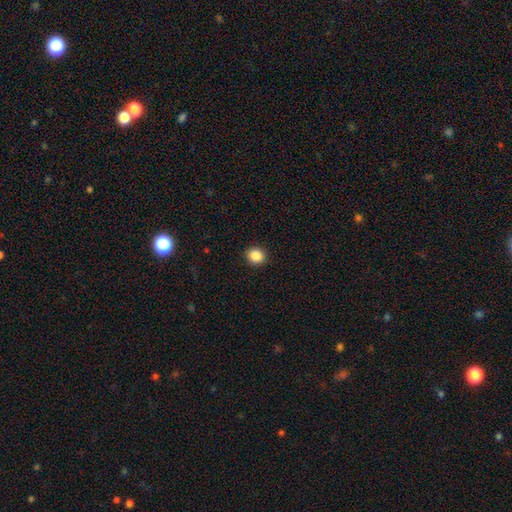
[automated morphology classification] A smooth galaxy with no disk features (87%) that is round (80%).

Vote fractions:
- Smooth or featured? smooth: 87% / star or artifact: 10% / featured or disk: 3%
- How rounded? round: 80% / in between: 20% / cigar-shaped: 1%
- Merging? none: 92% / minor disturbance: 5% / major disturbance: 2% / merger: 1%